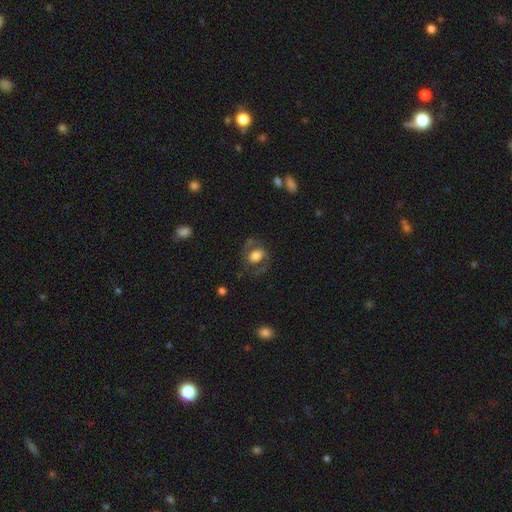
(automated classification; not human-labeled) smooth_or_featured: smooth (p=0.53) [alt: featured or disk p=0.38]
how_rounded: in between (p=0.68) [alt: round p=0.31]
merging: none (p=0.62) [alt: minor disturbance p=0.18]